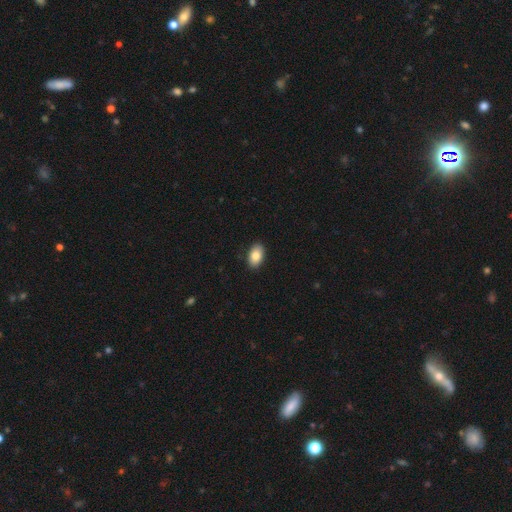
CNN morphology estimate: smooth 85%, featured or disk 8%, star or artifact 7%. Down the decision tree: how rounded — in between (92%); merging — none (89%).